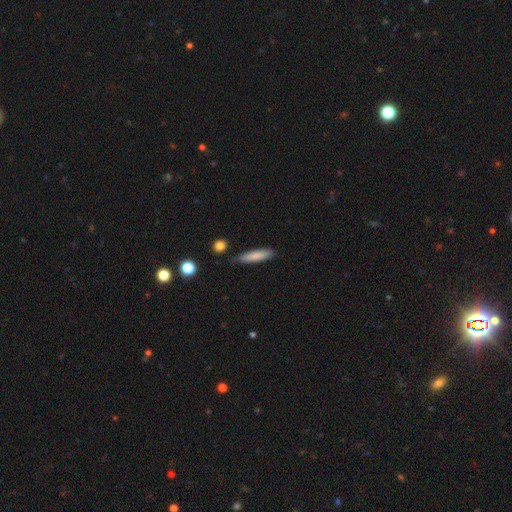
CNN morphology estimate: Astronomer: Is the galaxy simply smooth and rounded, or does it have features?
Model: smooth — 81%.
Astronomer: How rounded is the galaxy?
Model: cigar-shaped — 81%.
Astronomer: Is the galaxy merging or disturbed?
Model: none — 79%.